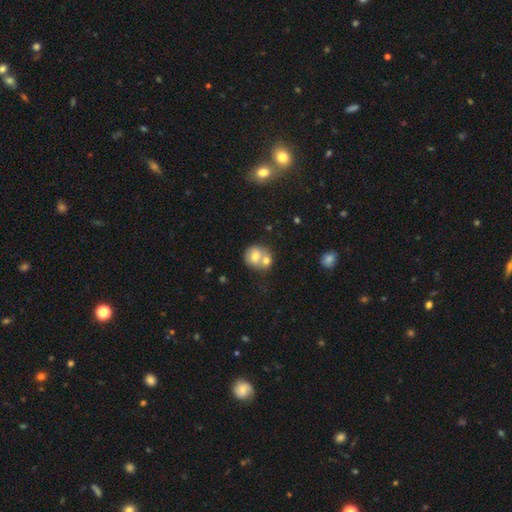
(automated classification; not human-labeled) Overall: smooth (64%; featured or disk 28%). How rounded: round (75%). Merging: merger (55%; none 32%).